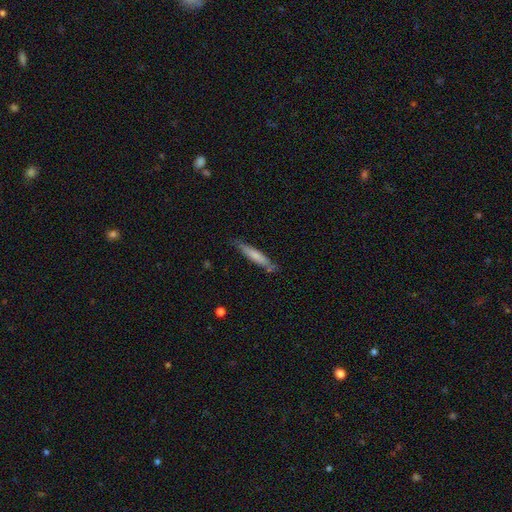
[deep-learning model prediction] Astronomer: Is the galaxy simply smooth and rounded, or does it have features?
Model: smooth — 67%.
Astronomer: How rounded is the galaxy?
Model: cigar-shaped — 91%.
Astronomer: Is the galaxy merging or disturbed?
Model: none — 77%.